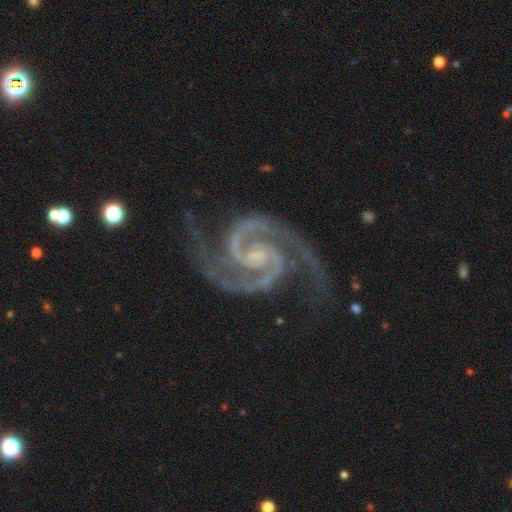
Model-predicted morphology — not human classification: smooth_or_featured: featured or disk (p=0.95) [alt: star or artifact p=0.03]
disk_edge_on: no (p=0.99) [alt: yes p=0.01]
bar: no (p=0.46) [alt: weak p=0.39]
has_spiral_arms: yes (p=0.99) [alt: no p=0.01]
spiral_winding: medium (p=0.54) [alt: tight p=0.39]
spiral_arm_count: 2 (p=0.94) [alt: 3 p=0.02]
bulge_size: small (p=0.60) [alt: none p=0.19]
merging: none (p=0.74) [alt: minor disturbance p=0.17]